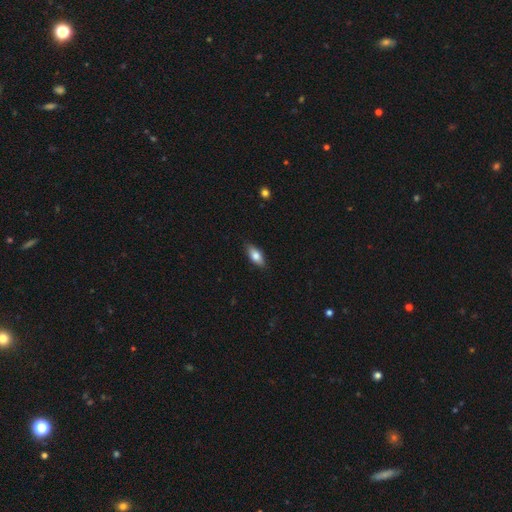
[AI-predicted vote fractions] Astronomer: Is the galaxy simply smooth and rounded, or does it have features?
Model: smooth — 78%.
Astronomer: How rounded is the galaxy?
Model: in between — 83%.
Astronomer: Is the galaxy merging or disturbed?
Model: none — 84%.